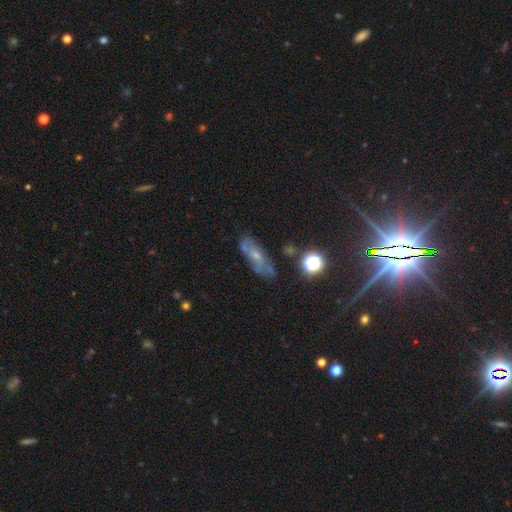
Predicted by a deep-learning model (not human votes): Smooth or featured: featured or disk — 49% (smooth — 33%)
Merging: none — 68% (minor disturbance — 20%)